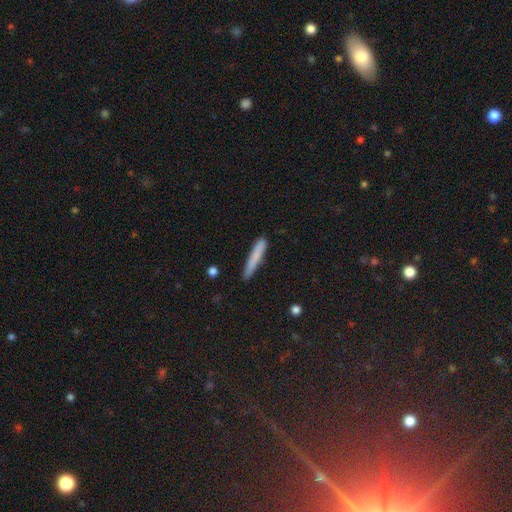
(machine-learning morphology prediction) type=smooth (76%); roundness=cigar-shaped (95%); merging=none (84%).